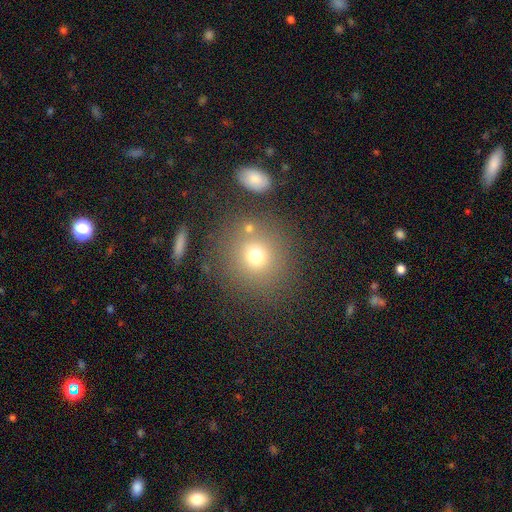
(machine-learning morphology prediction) Smooth or featured? Predicted: smooth (p=0.72). How rounded? Predicted: round (p=0.87). Merging? Predicted: none (p=0.77).